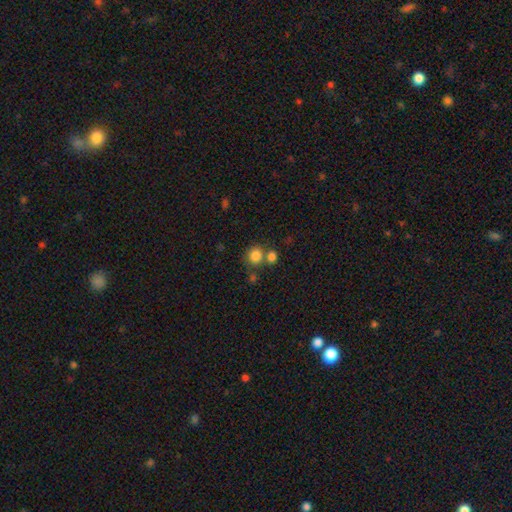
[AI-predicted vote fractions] This appears to be a smooth galaxy with no disk features (82%) that is round (79%). Merging: none (57%).